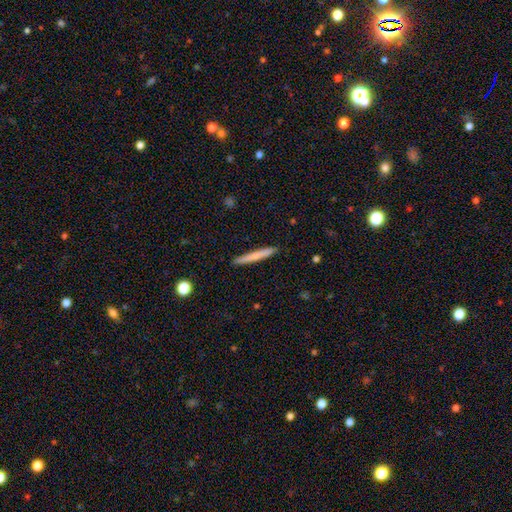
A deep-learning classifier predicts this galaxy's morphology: A smooth galaxy with no disk features (69%) that is cigar-shaped (96%). Merging: none (90%).